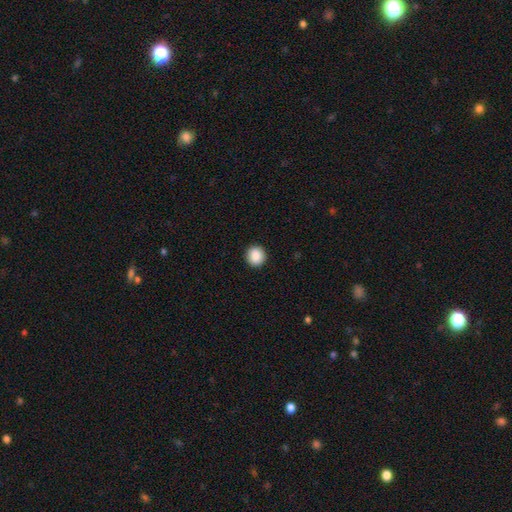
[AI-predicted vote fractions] smooth 89%, star or artifact 8%, featured or disk 3%. Down the decision tree: how rounded — round (89%); merging — none (92%).